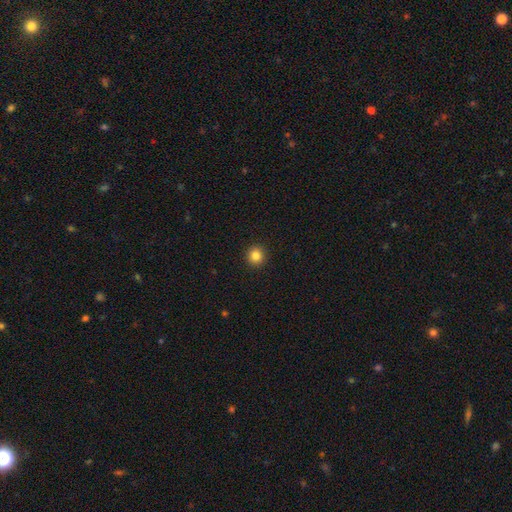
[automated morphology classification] Overall: smooth (84%). How rounded: round (94%). Merging: none (93%).